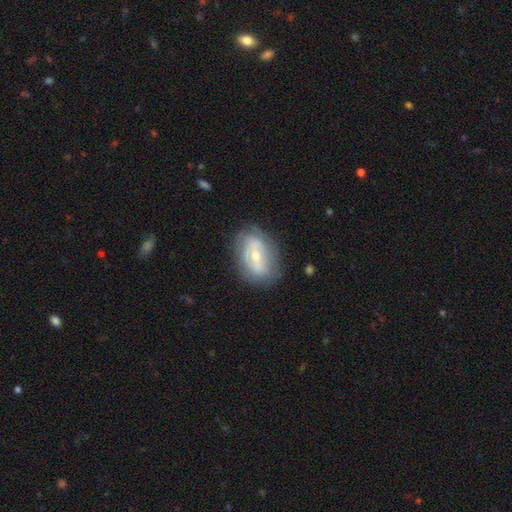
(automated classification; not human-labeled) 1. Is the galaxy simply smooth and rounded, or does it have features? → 59% featured or disk, 34% smooth, 7% star or artifact.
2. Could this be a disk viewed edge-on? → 91% no, 9% yes.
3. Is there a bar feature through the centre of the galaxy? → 38% weak, 33% strong, 29% no.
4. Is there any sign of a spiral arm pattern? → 52% no, 48% yes.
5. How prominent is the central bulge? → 51% small, 44% moderate, 2% large, 1% none, 1% dominant.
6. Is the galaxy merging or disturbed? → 74% none, 18% minor disturbance, 7% major disturbance, 1% merger.